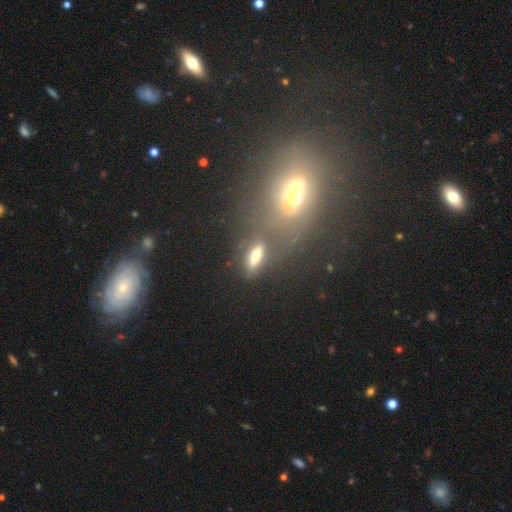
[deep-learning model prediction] smooth 70%, featured or disk 17%, star or artifact 14%. Down the decision tree: how rounded — in between (67%); merging — none (67%).